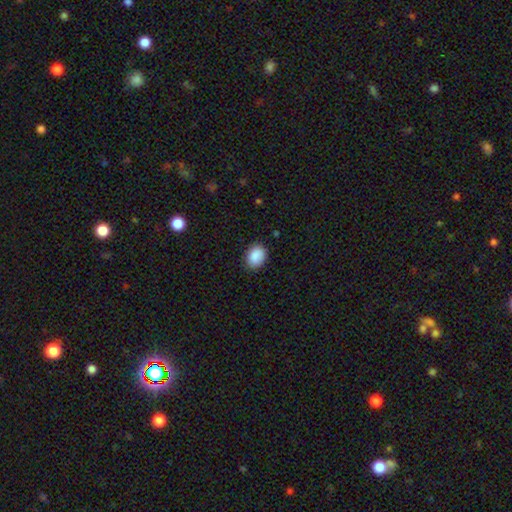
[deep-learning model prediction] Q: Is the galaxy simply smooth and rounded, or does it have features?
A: smooth — 90%.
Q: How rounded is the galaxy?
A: in between — 63%.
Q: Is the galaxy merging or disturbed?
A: none — 85%.